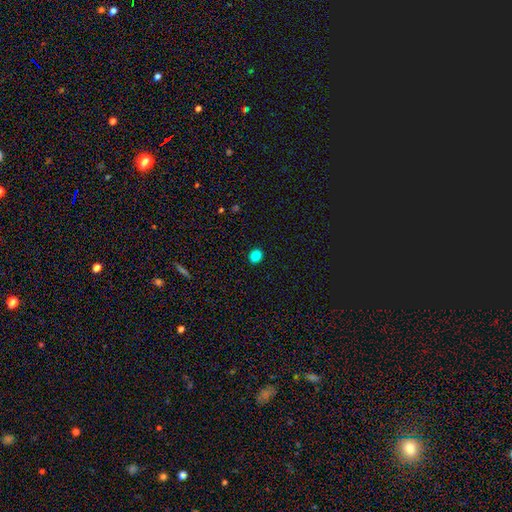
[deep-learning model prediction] Smooth or featured?
  - smooth: 85% *
  - star or artifact: 11%
  - featured or disk: 4%
How rounded?
  - round: 65% *
  - in between: 34%
  - cigar-shaped: 1%
Merging?
  - none: 91% *
  - minor disturbance: 6%
  - major disturbance: 2%
  - merger: 1%